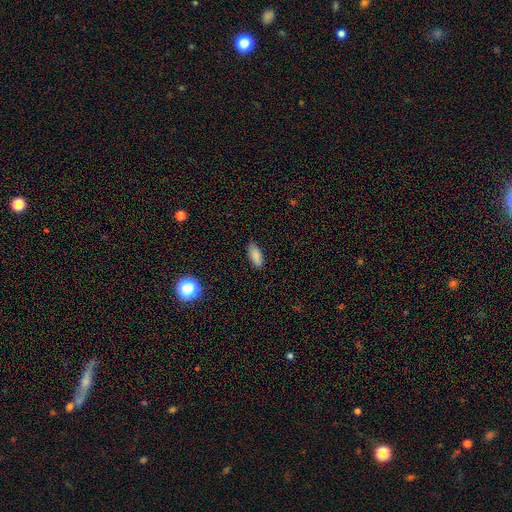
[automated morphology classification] Smooth or featured? smooth (86%)
How rounded? in between (83%)
Merging? none (82%)